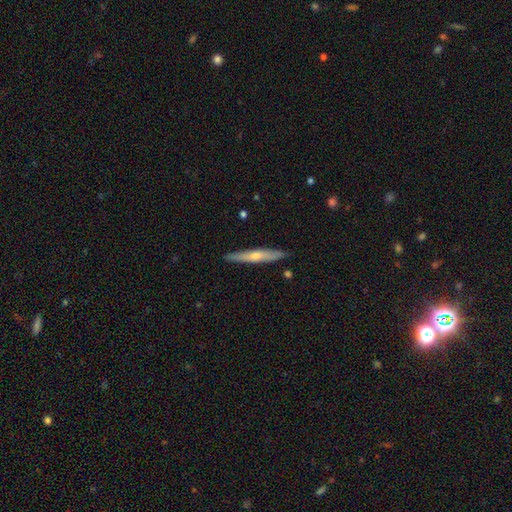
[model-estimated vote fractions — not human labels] Smooth or featured? Predicted: featured or disk (p=0.54). Edge-on disk? Predicted: yes (p=0.93). Edge-on bulge? Predicted: rounded (p=0.77). Merging? Predicted: none (p=0.90).